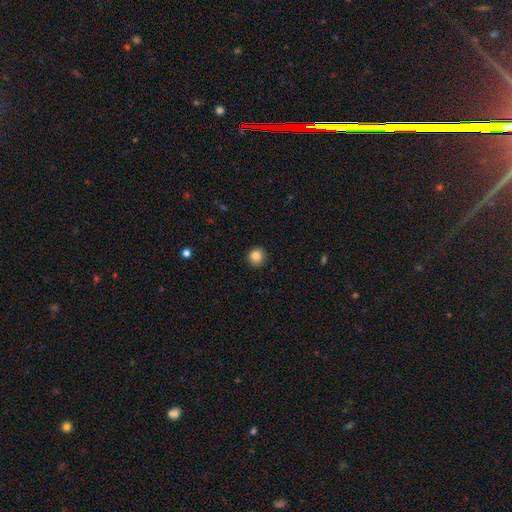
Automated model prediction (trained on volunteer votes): Overall: smooth (84%). How rounded: round (91%). Merging: none (89%).